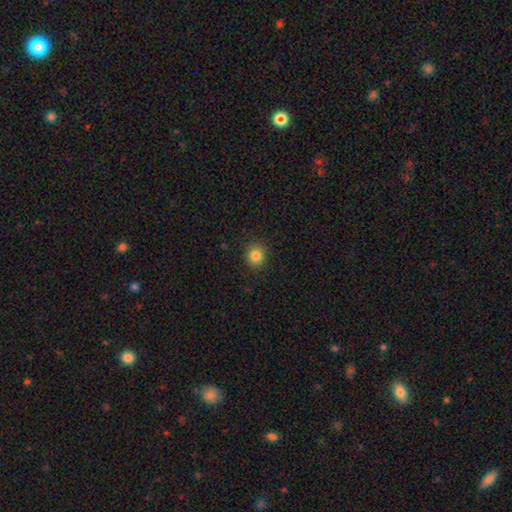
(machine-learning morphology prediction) Smooth or featured? smooth (84%)
How rounded? round (89%)
Merging? none (91%)